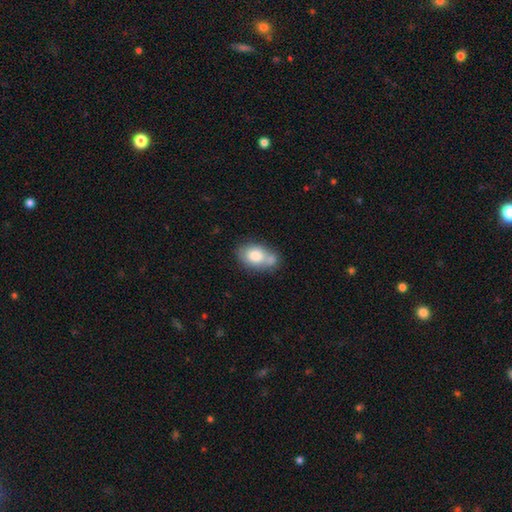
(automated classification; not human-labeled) A smooth galaxy with no disk features (77%) that is in between round and cigar-shaped (80%). Merging: none (41%).